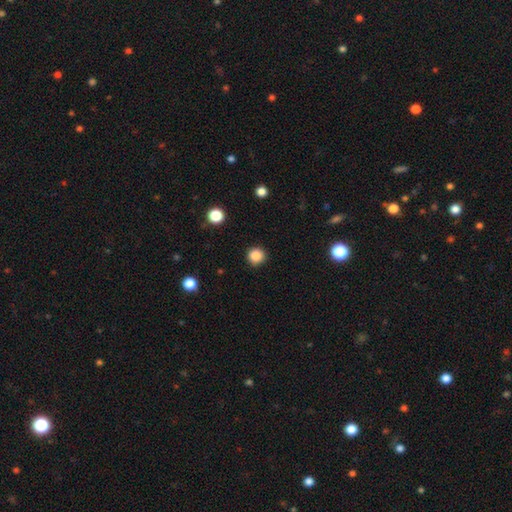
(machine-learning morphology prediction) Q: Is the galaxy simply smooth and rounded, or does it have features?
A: smooth — 86%.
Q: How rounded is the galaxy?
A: round — 93%.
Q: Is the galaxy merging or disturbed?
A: none — 91%.